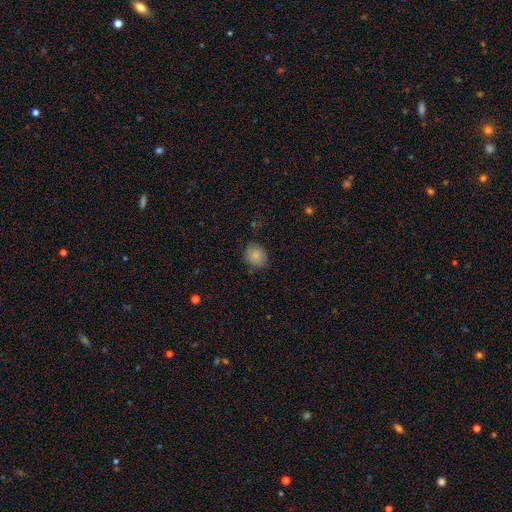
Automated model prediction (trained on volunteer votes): A smooth galaxy with no disk features (84%) that is round (64%).

Vote fractions:
- Smooth or featured? smooth: 84% / star or artifact: 9% / featured or disk: 8%
- How rounded? round: 64% / in between: 35% / cigar-shaped: 1%
- Merging? none: 78% / minor disturbance: 17% / major disturbance: 3% / merger: 1%